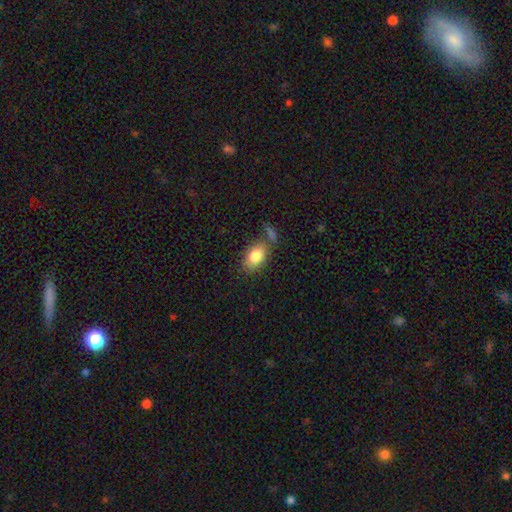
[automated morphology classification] A smooth galaxy with no disk features (82%) that is in between round and cigar-shaped (87%). Merging: none (64%).